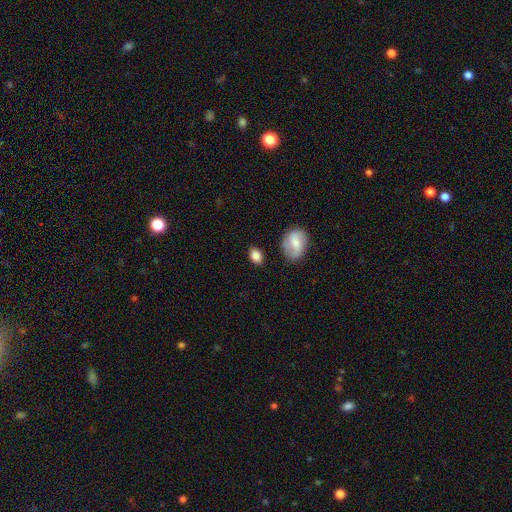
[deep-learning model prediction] Overall: smooth (84%). How rounded: in between (82%). Merging: none (79%).